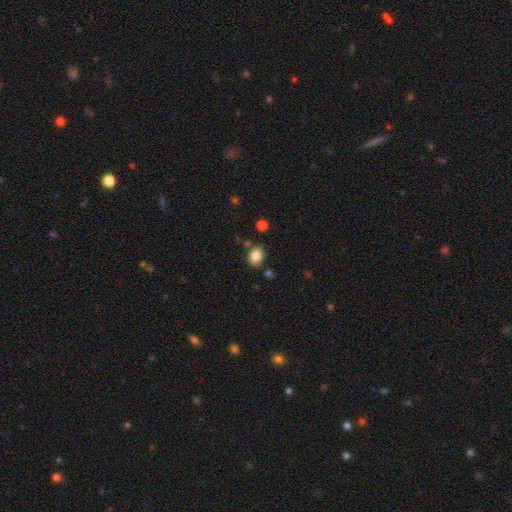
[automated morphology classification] A smooth galaxy with no disk features (84%) that is in between round and cigar-shaped (52%). Merging: none (80%).